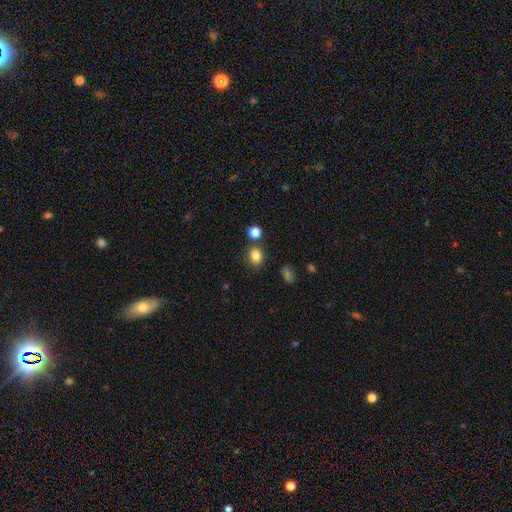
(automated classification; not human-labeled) The model was most divided on "how rounded": round: 58%, in between: 41%, cigar-shaped: 1%. More confident: smooth or featured — smooth (83%); merging — none (79%).